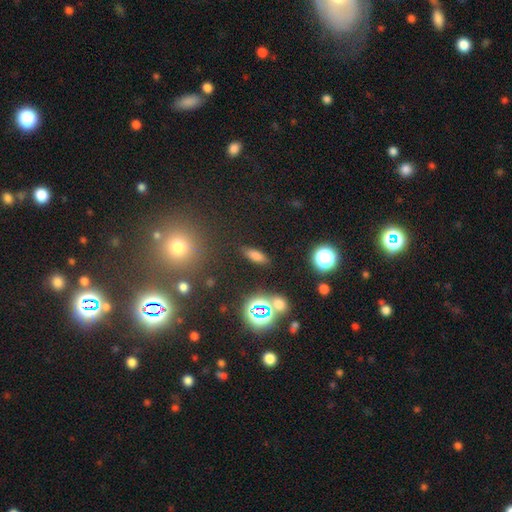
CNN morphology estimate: smooth_or_featured: smooth (p=0.69) [alt: star or artifact p=0.21]
how_rounded: in between (p=0.61) [alt: cigar-shaped p=0.31]
merging: none (p=0.85) [alt: minor disturbance p=0.09]